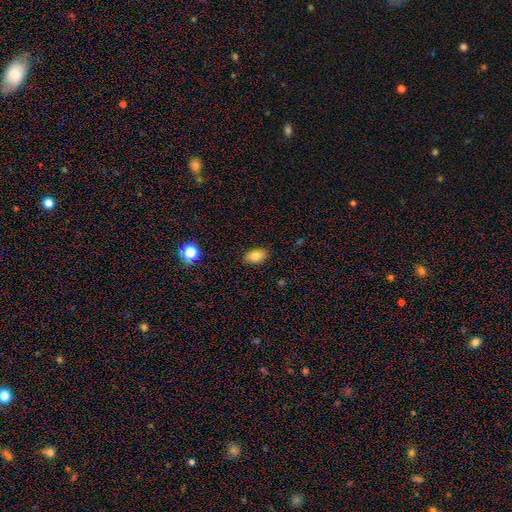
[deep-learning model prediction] This appears to be a smooth galaxy with no disk features (81%) that is in between round and cigar-shaped (88%). Merging: none (86%).